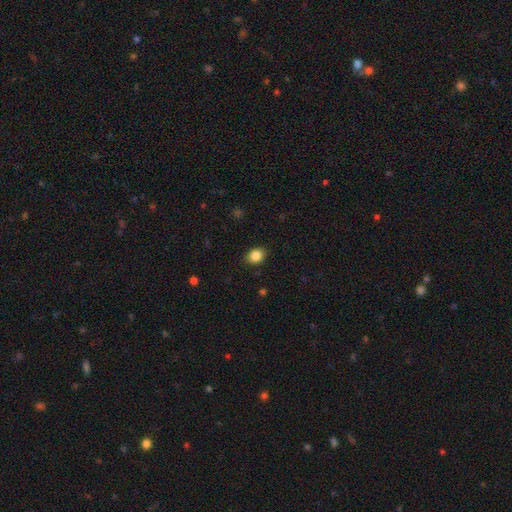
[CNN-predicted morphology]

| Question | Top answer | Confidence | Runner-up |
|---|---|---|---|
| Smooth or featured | smooth | 85% | star or artifact (10%) |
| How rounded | in between | 51% | round (48%) |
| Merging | none | 87% | minor disturbance (10%) |